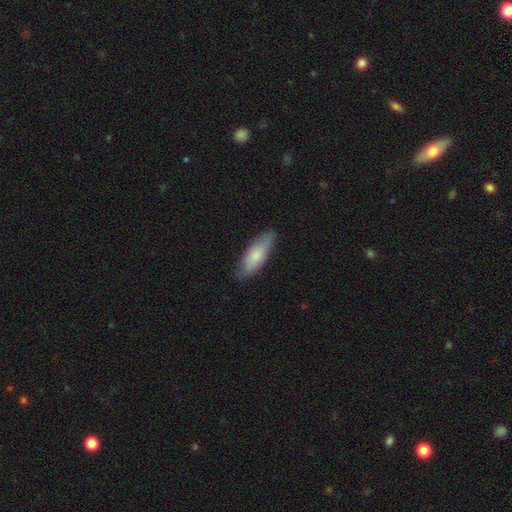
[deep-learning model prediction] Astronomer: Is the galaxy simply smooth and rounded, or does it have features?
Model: smooth — 78%.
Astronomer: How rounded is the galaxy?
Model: in between — 60% (runner-up: cigar-shaped, 38%).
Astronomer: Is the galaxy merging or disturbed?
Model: none — 80%.